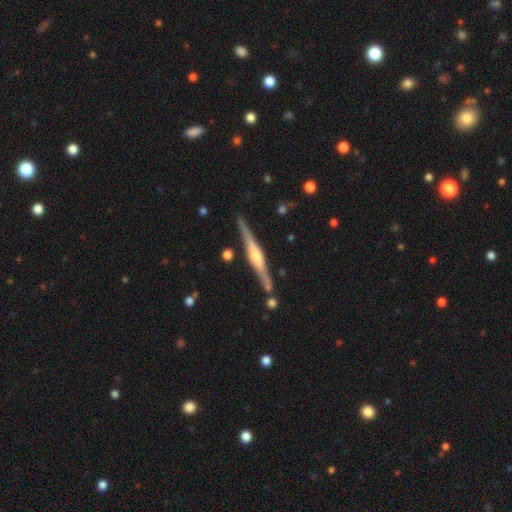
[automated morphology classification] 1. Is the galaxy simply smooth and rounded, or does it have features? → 82% featured or disk, 13% smooth, 5% star or artifact.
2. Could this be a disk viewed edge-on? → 98% yes, 2% no.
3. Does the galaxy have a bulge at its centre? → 84% rounded, 11% boxy, 5% none.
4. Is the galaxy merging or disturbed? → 87% none, 8% minor disturbance, 3% merger, 2% major disturbance.